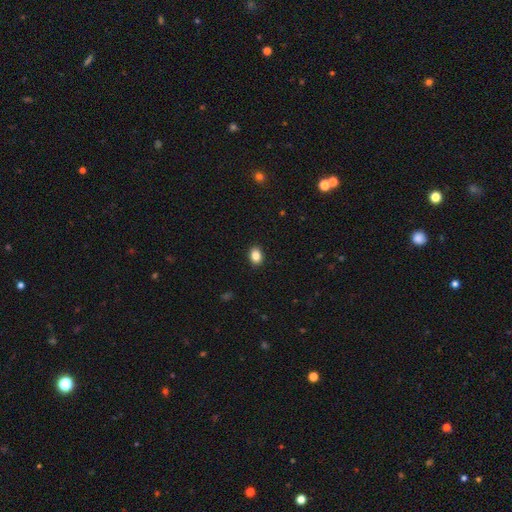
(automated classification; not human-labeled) Q: Smooth or featured?
A: smooth (86%); runner-up: star or artifact (9%)
Q: How rounded?
A: in between (69%); runner-up: round (30%)
Q: Merging?
A: none (90%); runner-up: minor disturbance (7%)